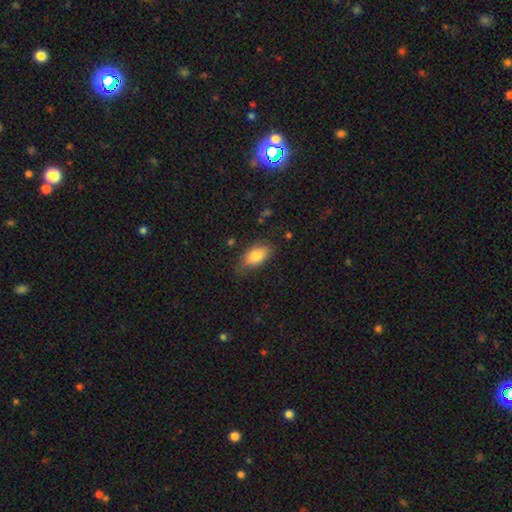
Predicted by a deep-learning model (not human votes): Smooth or featured? smooth (82%)
How rounded? in between (89%)
Merging? none (71%)